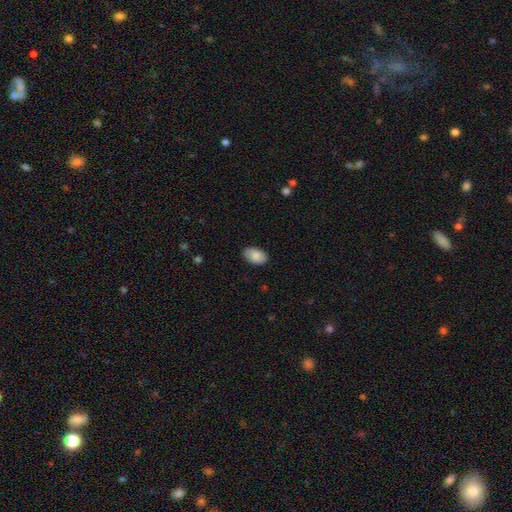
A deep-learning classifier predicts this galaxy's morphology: Smooth or featured: smooth — 86% (featured or disk — 8%)
How rounded: in between — 91% (round — 8%)
Merging: none — 84% (minor disturbance — 13%)